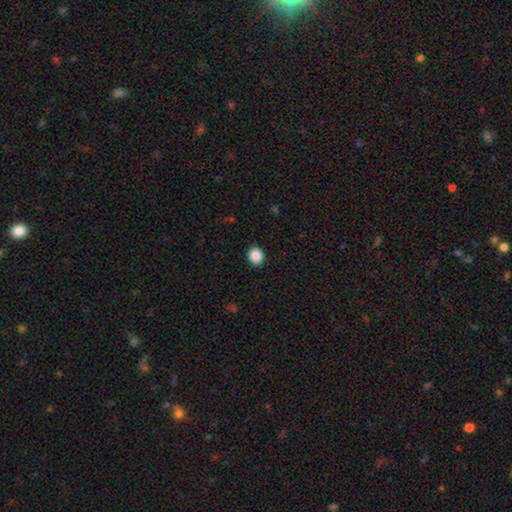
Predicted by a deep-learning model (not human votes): Smooth or featured: smooth — 88% (star or artifact — 9%)
How rounded: round — 67% (in between — 32%)
Merging: none — 91% (minor disturbance — 6%)